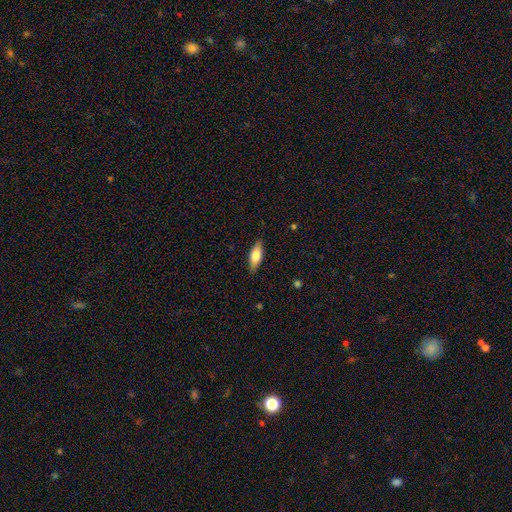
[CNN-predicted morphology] Smooth or featured? Predicted: smooth (p=0.71). How rounded? Predicted: in between (p=0.73). Merging? Predicted: none (p=0.86).